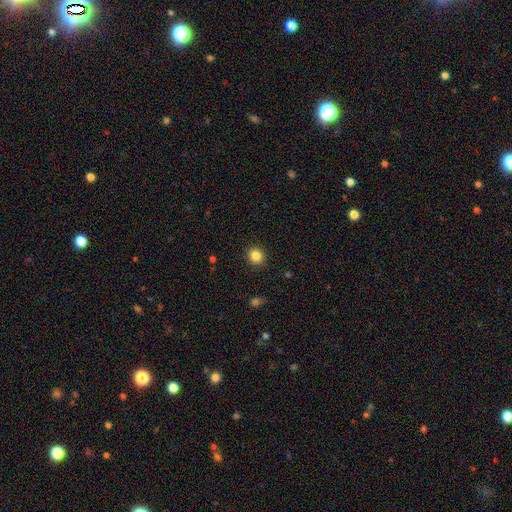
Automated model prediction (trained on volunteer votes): Smooth or featured? Predicted: smooth (p=0.84). How rounded? Predicted: round (p=0.85). Merging? Predicted: none (p=0.91).